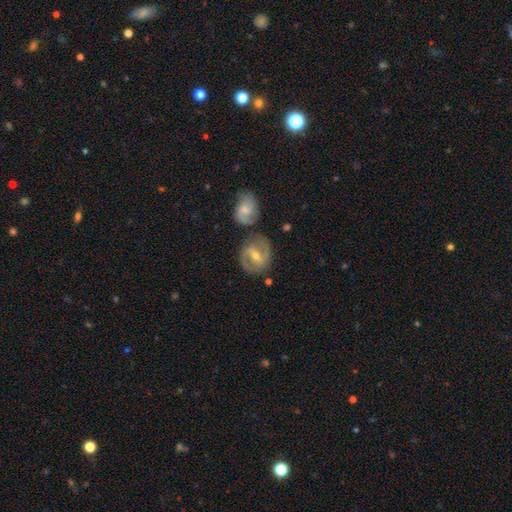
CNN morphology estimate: Smooth or featured? featured or disk (76%)
Edge-on disk? no (96%)
Bar? weak (42%)
Spiral arms? yes (86%)
Spiral winding? medium (48%)
Spiral arm count? 2 (84%)
Bulge size? moderate (55%)
Merging? none (68%)